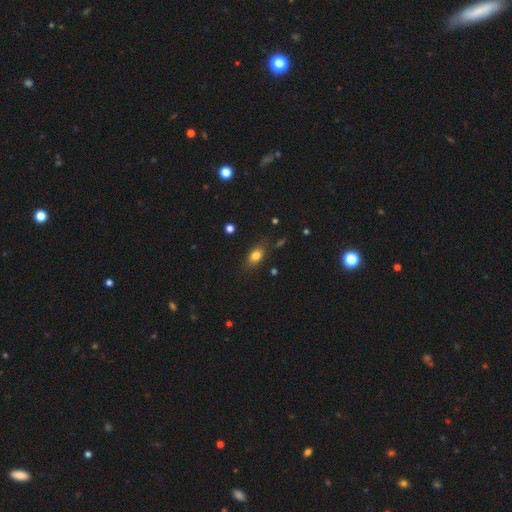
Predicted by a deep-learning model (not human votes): Smooth or featured?
  - smooth: 79% *
  - star or artifact: 11%
  - featured or disk: 10%
How rounded?
  - in between: 80% *
  - round: 15%
  - cigar-shaped: 5%
Merging?
  - none: 80% *
  - minor disturbance: 14%
  - major disturbance: 4%
  - merger: 2%